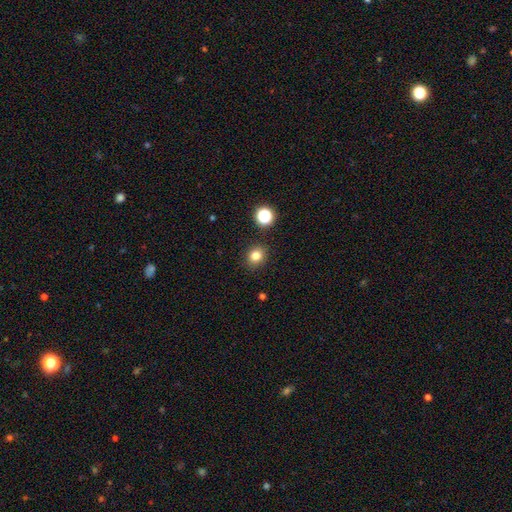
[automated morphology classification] The model was most divided on "how rounded": round: 71%, in between: 28%, cigar-shaped: 1%. More confident: merging — none (88%); smooth or featured — smooth (80%).